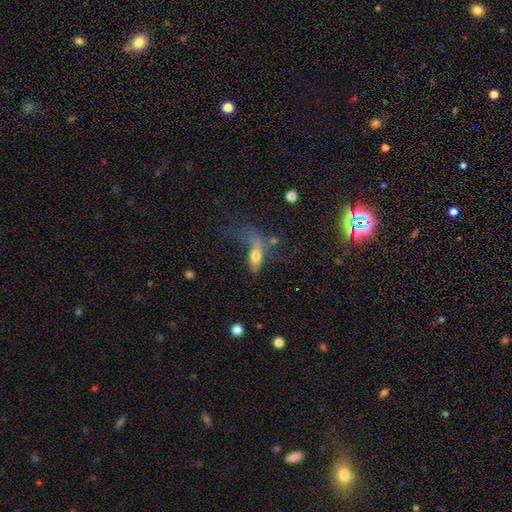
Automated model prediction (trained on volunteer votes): Smooth or featured: smooth — 62% (featured or disk — 29%)
How rounded: in between — 64% (cigar-shaped — 30%)
Merging: major disturbance — 49% (none — 22%)